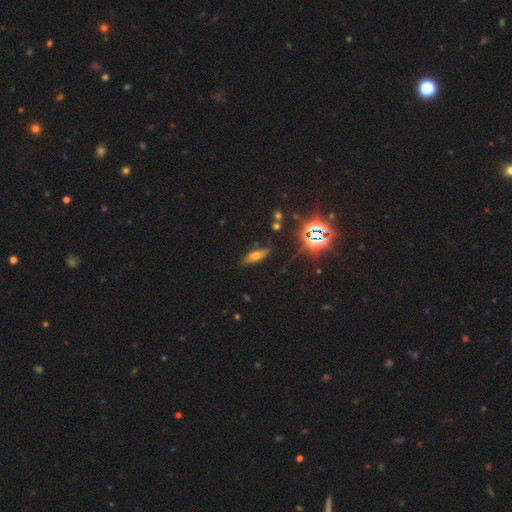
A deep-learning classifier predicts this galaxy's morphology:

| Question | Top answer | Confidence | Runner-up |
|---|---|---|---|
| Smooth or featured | smooth | 47% | featured or disk (31%) |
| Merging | none | 76% | minor disturbance (17%) |